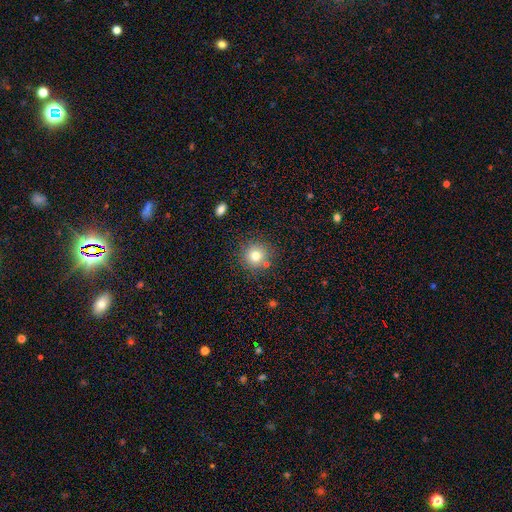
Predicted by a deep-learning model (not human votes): smooth_or_featured: smooth (p=0.77) [alt: star or artifact p=0.13]
how_rounded: round (p=0.93) [alt: in between p=0.06]
merging: none (p=0.82) [alt: minor disturbance p=0.09]